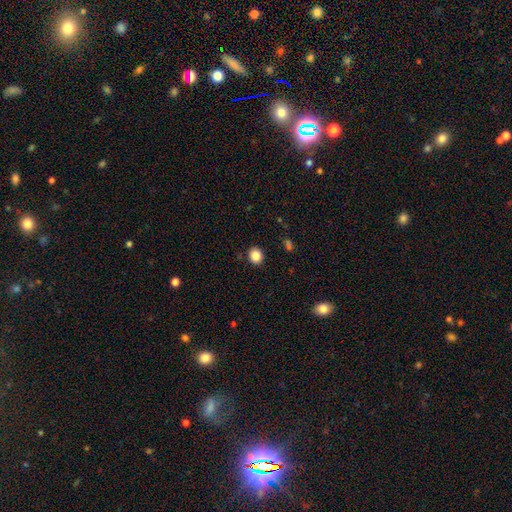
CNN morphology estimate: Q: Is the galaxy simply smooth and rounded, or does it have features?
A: smooth — 86%.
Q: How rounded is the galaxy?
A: round — 75%.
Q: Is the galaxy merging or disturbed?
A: none — 90%.